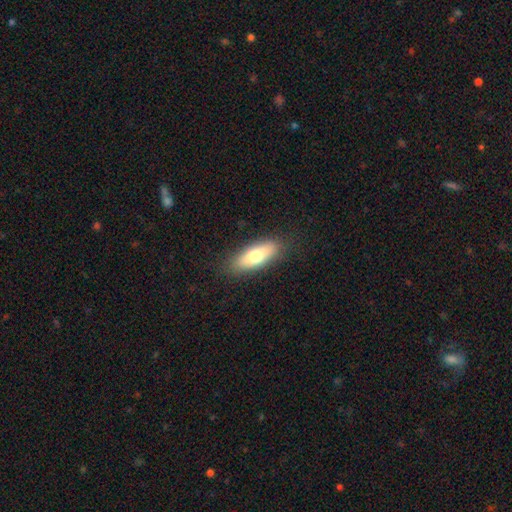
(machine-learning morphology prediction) type=smooth (69%); roundness=in between (69%); merging=none (85%).